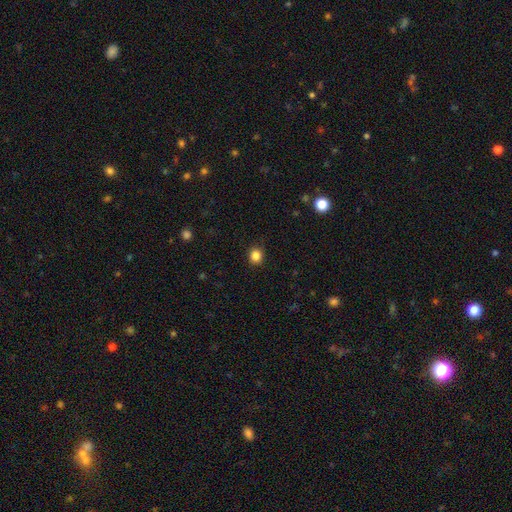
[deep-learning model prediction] smooth_or_featured: smooth (p=0.85) [alt: star or artifact p=0.11]
how_rounded: round (p=0.80) [alt: in between p=0.19]
merging: none (p=0.89) [alt: minor disturbance p=0.08]